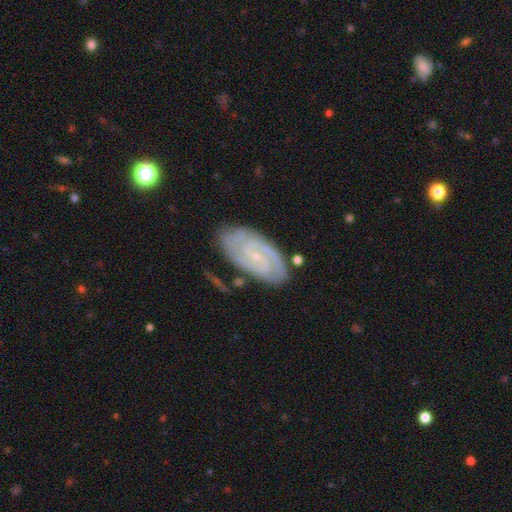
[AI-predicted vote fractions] This appears to be a featured or disk galaxy (86%) with no bar (48%), 2 (59%) tight (66%) spiral arms (97%) and a small central bulge (81%). Merging: none (76%).